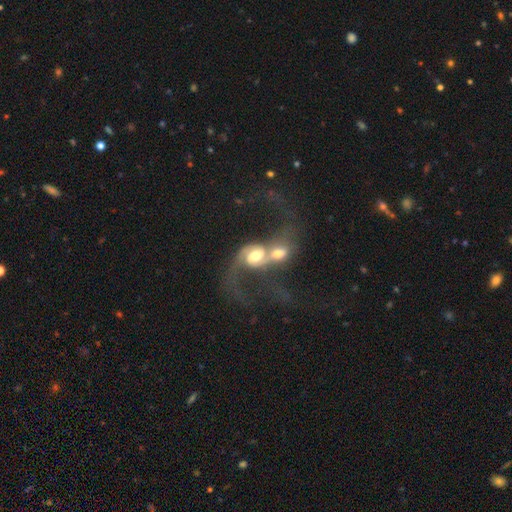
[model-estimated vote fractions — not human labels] This is likely a featured or disk galaxy (76%). It is clearly not viewed edge-on (96%). Bar: possibly no (50%). Spiral arm pattern: clearly yes (89%). Spiral arm count: likely 2 (74%). Spiral winding: possibly loose (55%). Central bulge: possibly moderate (59%). Merging: clearly merger (80%).